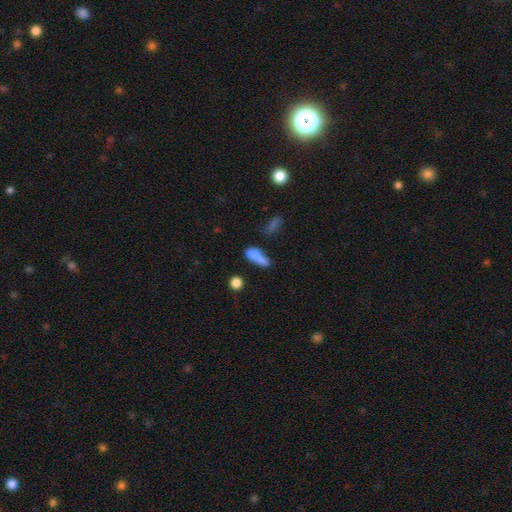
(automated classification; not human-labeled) Q: Smooth or featured?
A: smooth (70%); runner-up: featured or disk (18%)
Q: How rounded?
A: in between (54%); runner-up: cigar-shaped (39%)
Q: Merging?
A: none (35%); runner-up: merger (33%)